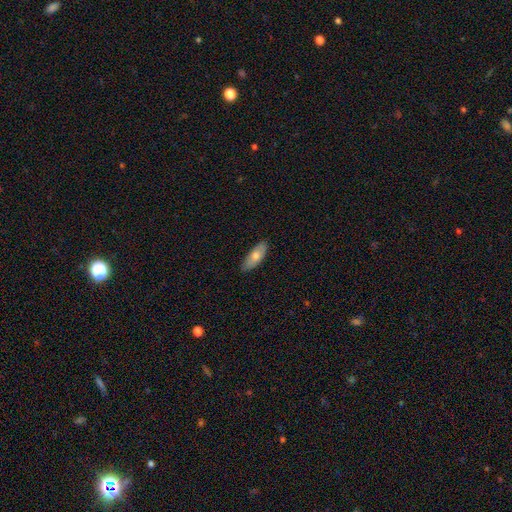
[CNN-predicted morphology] type=smooth (66%); roundness=in between (75%); merging=none (85%).